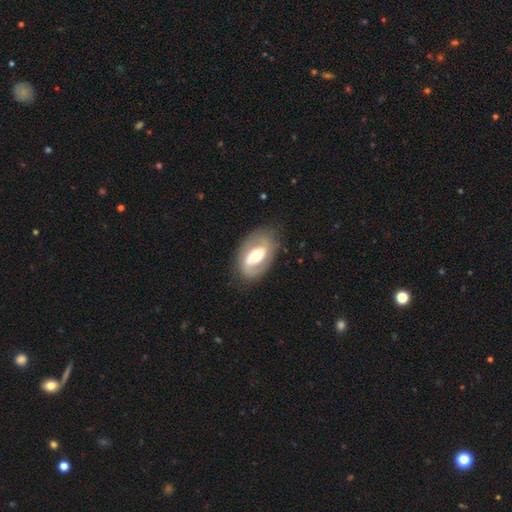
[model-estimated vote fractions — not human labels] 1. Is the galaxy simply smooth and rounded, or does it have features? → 73% featured or disk, 21% smooth, 6% star or artifact.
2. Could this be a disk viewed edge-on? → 95% no, 5% yes.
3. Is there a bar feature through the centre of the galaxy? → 39% weak, 31% strong, 30% no.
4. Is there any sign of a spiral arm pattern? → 81% yes, 19% no.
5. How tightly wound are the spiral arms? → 43% medium, 34% loose, 23% tight.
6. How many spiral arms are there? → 81% 2, 9% 1, 7% can't tell, 1% 3, 1% 4, 1% more than 4.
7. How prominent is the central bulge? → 65% moderate, 20% large, 12% small, 2% dominant, 1% none.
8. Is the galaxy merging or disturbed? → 78% none, 14% minor disturbance, 7% major disturbance, 1% merger.